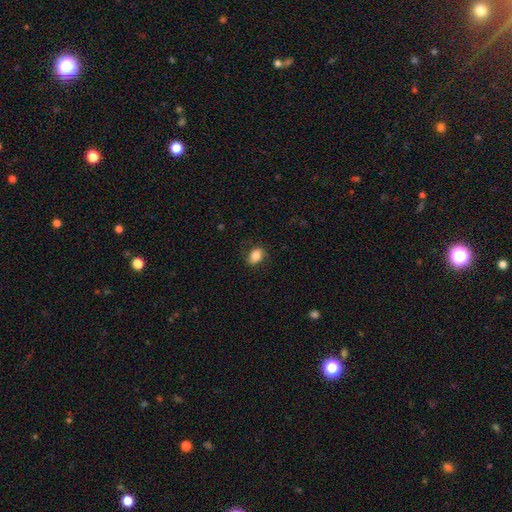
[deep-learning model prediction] The model was most divided on "how rounded": in between: 78%, round: 21%, cigar-shaped: 2%. More confident: smooth or featured — smooth (82%); merging — none (77%).